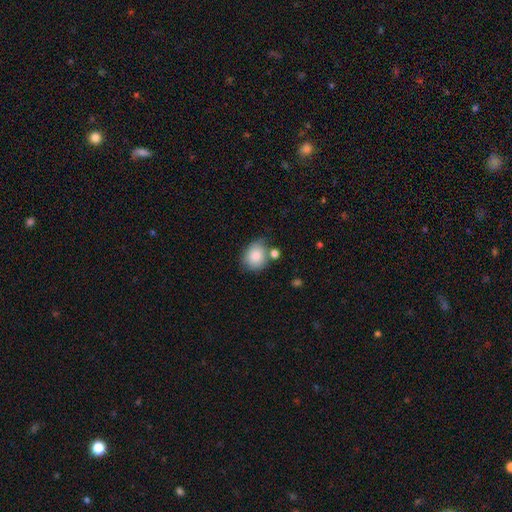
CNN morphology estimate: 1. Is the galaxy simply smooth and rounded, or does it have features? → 85% smooth, 8% star or artifact, 7% featured or disk.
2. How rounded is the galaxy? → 62% round, 37% in between, 1% cigar-shaped.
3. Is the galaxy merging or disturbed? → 60% none, 20% minor disturbance, 15% merger, 6% major disturbance.